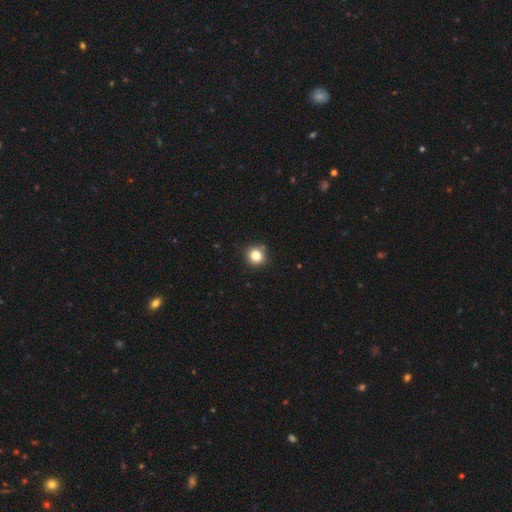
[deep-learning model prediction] This appears to be a smooth galaxy with no disk features (82%) that is round (91%). Merging: none (86%).